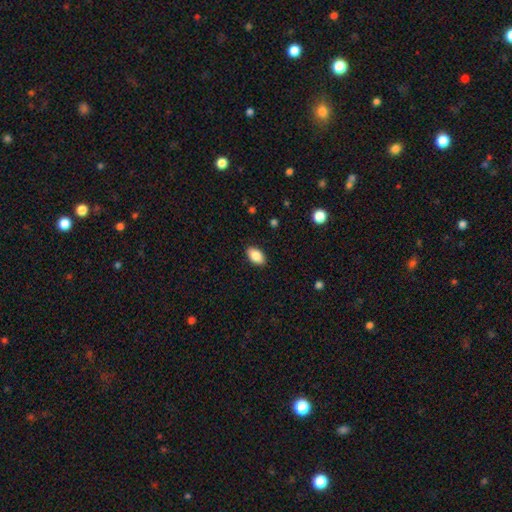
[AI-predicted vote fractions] Smooth or featured?
  - smooth: 87% *
  - star or artifact: 7%
  - featured or disk: 6%
How rounded?
  - in between: 92% *
  - round: 6%
  - cigar-shaped: 2%
Merging?
  - none: 88% *
  - minor disturbance: 9%
  - major disturbance: 2%
  - merger: 1%